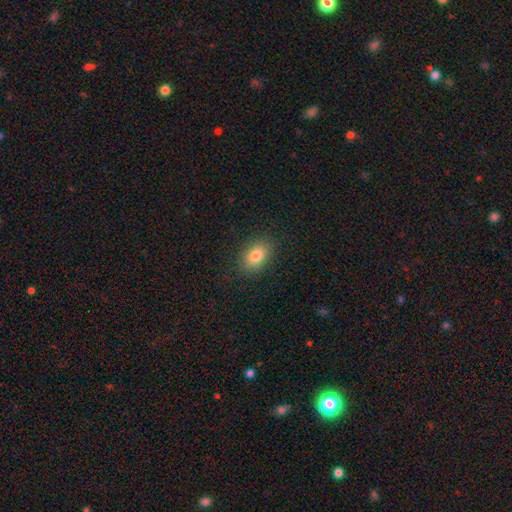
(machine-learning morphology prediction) Overall: smooth (82%). How rounded: in between (80%). Merging: none (85%).